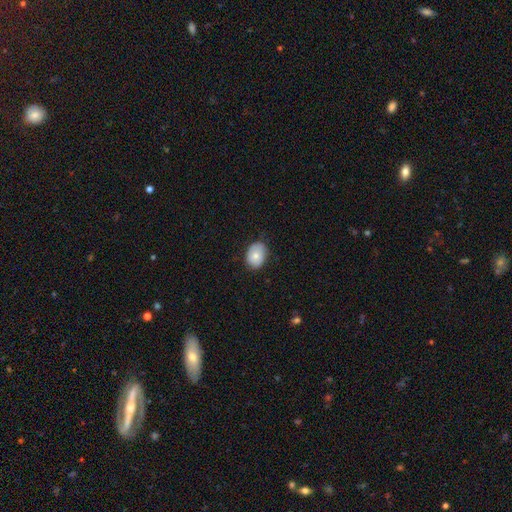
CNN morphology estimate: Smooth or featured?
  - smooth: 73% *
  - featured or disk: 20%
  - star or artifact: 7%
How rounded?
  - in between: 70% *
  - round: 29%
  - cigar-shaped: 1%
Merging?
  - none: 77% *
  - minor disturbance: 19%
  - major disturbance: 3%
  - merger: 1%